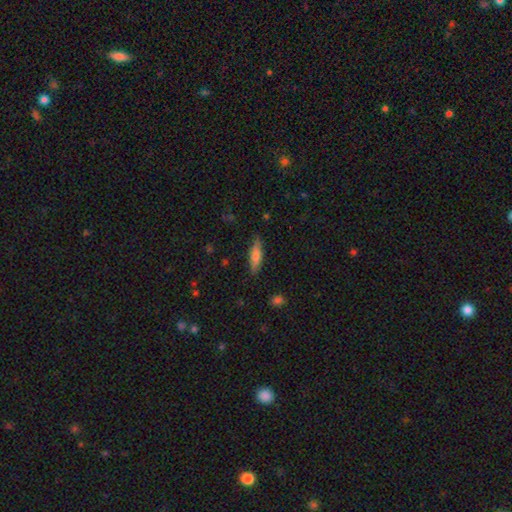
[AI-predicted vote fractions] This is likely a smooth galaxy (71%). How rounded: likely cigar-shaped (70%). Merging: clearly none (85%).